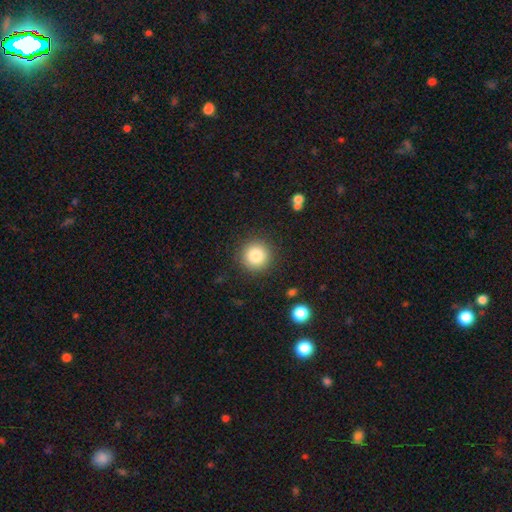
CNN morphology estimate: smooth-or-featured: smooth: 83% | star or artifact: 10% | featured or disk: 6%
  how-rounded: round: 95% | in between: 4% | cigar-shaped: 1%
  merging: none: 90% | minor disturbance: 6% | major disturbance: 2% | merger: 1%